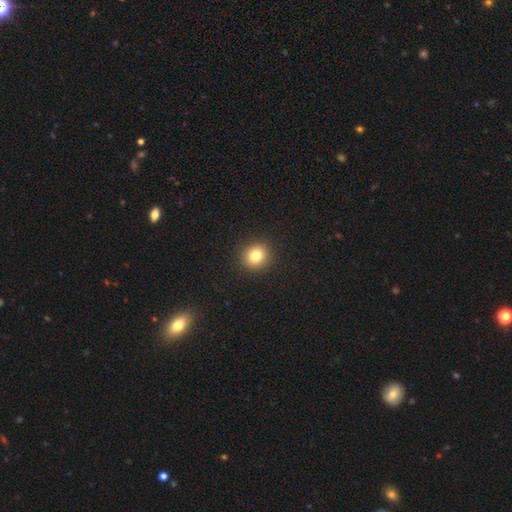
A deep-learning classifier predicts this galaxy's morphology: Smooth or featured?
  - smooth: 81% *
  - star or artifact: 12%
  - featured or disk: 8%
How rounded?
  - round: 88% *
  - in between: 11%
  - cigar-shaped: 1%
Merging?
  - none: 92% *
  - minor disturbance: 5%
  - major disturbance: 2%
  - merger: 1%